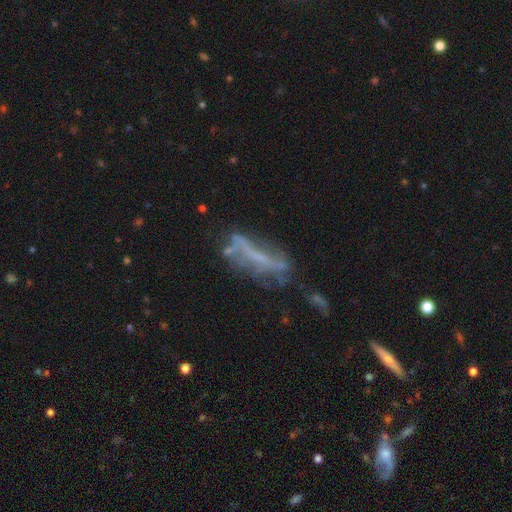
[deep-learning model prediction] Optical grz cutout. It shows a featured or disk galaxy (59%). Merging: none (44%).